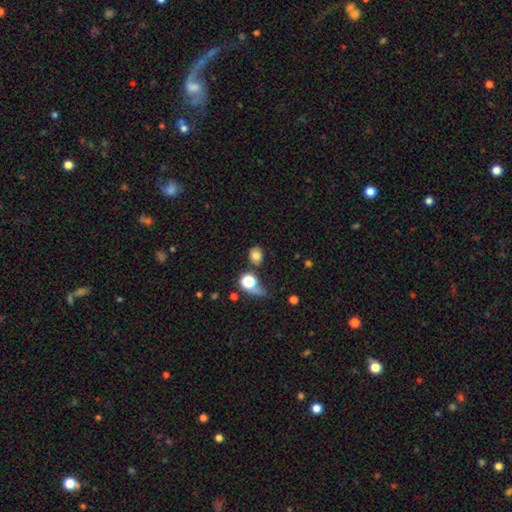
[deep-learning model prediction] Overall: smooth (75%). How rounded: round (55%; in between 43%). Merging: none (72%).